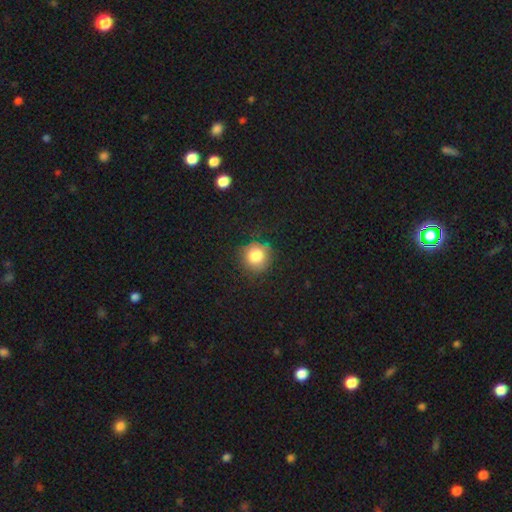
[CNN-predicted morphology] type=smooth (80%); roundness=round (92%); merging=none (79%).